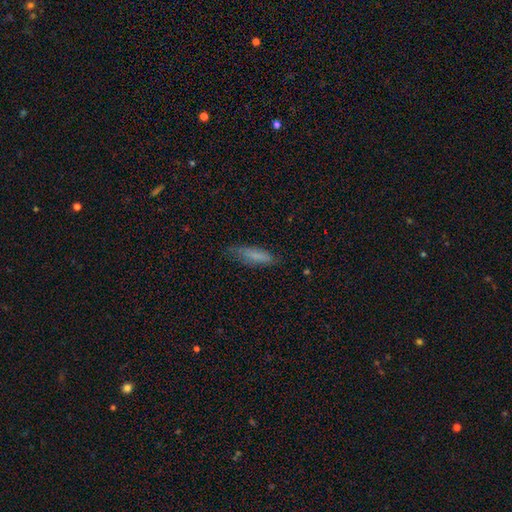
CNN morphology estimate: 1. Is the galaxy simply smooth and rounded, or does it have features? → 76% smooth, 16% featured or disk, 8% star or artifact.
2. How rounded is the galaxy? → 63% cigar-shaped, 36% in between, 2% round.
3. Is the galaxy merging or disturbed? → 69% none, 23% minor disturbance, 6% major disturbance, 2% merger.